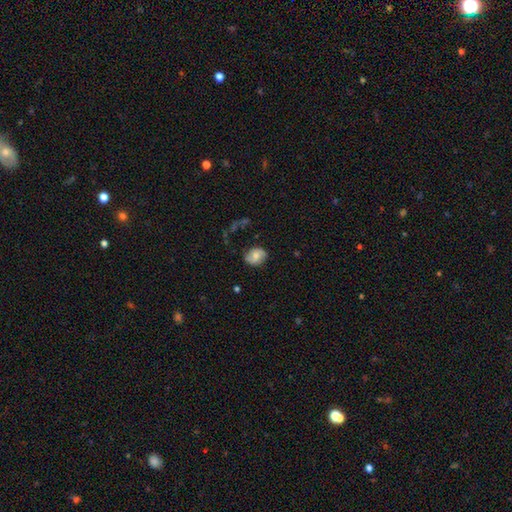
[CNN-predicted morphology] smooth_or_featured: smooth (p=0.60) [alt: featured or disk p=0.32]
how_rounded: in between (p=0.51) [alt: round p=0.48]
merging: none (p=0.73) [alt: minor disturbance p=0.19]